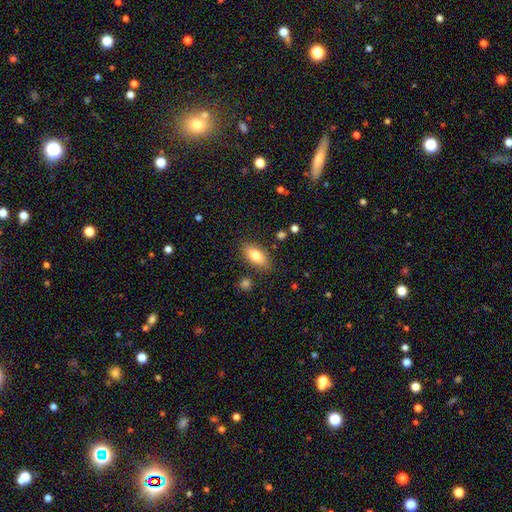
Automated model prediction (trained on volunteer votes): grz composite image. It shows a smooth galaxy with no disk features (79%) that is in between round and cigar-shaped (88%). Merging: none (84%).